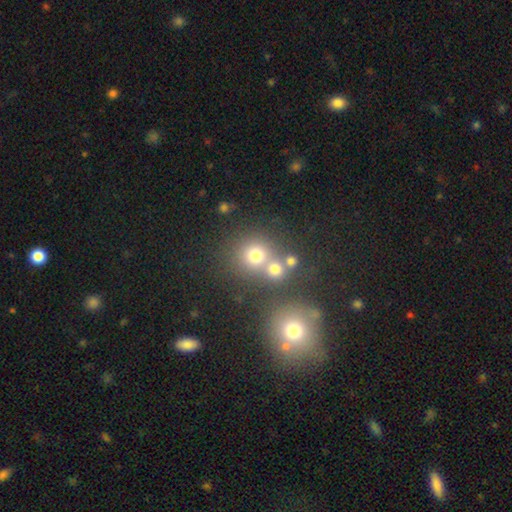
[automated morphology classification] This appears to be a smooth galaxy with no disk features (71%) that is round (87%). Merging: none (54%).